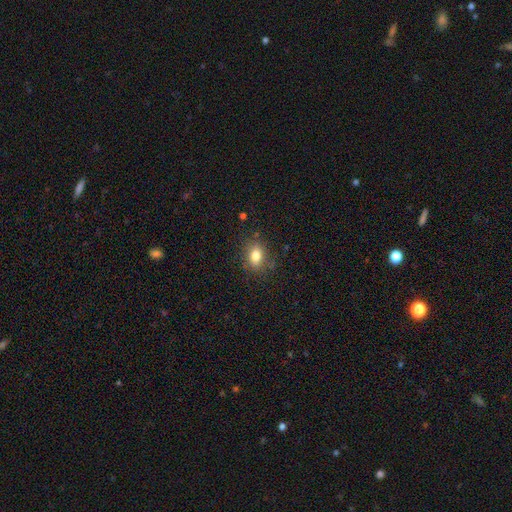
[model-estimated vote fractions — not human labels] A smooth galaxy with no disk features (80%) that is in between round and cigar-shaped (73%). Merging: none (82%).